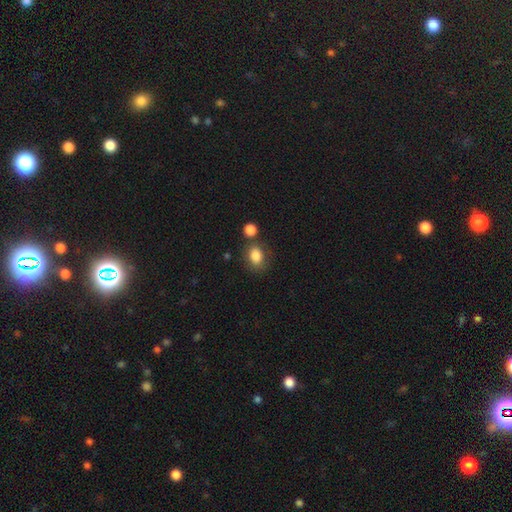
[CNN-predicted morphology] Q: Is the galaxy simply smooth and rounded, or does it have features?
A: smooth — 85%.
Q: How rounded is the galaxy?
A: in between — 67%.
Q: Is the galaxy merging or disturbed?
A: none — 65%.